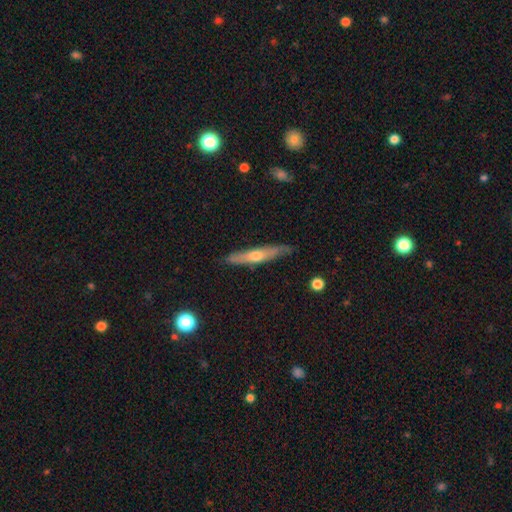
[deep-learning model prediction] This is possibly a featured or disk galaxy (57%). It is clearly viewed edge-on (88%). Edge-on bulge: clearly rounded (83%). Merging: clearly none (84%).